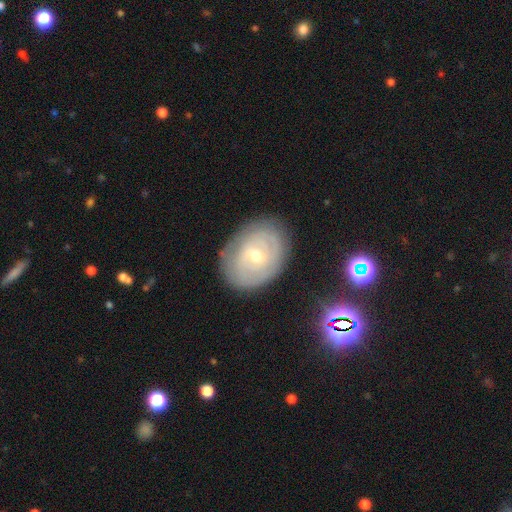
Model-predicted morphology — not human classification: Overall: featured or disk (71%). Edge-on disk: no (96%). Bar: no (46%; weak 44%). Spiral arms: yes (74%). Spiral arm count: can't tell (55%; 2 24%). Spiral winding: tight (75%). Bulge size: moderate (57%; small 39%). Merging: none (79%).